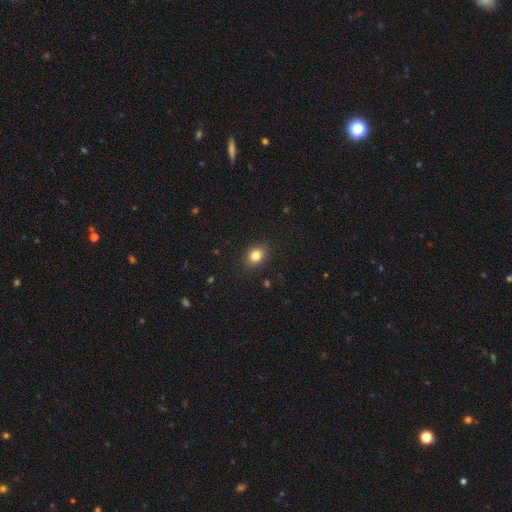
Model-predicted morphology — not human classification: type=smooth (83%); roundness=in between (57%); merging=none (88%).